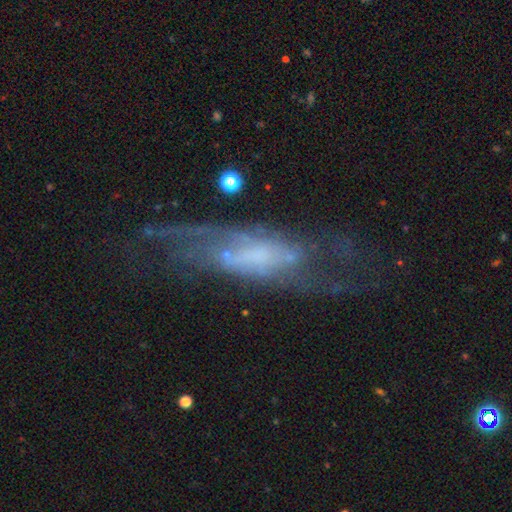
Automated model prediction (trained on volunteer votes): Smooth or featured: featured or disk — 73% (smooth — 17%)
Edge-on disk: no — 71% (yes — 29%)
Bar: no — 43% (weak — 38%)
Spiral arms: yes — 78% (no — 22%)
Bulge size: none — 41% (small — 27%)
Merging: none — 56% (minor disturbance — 21%)